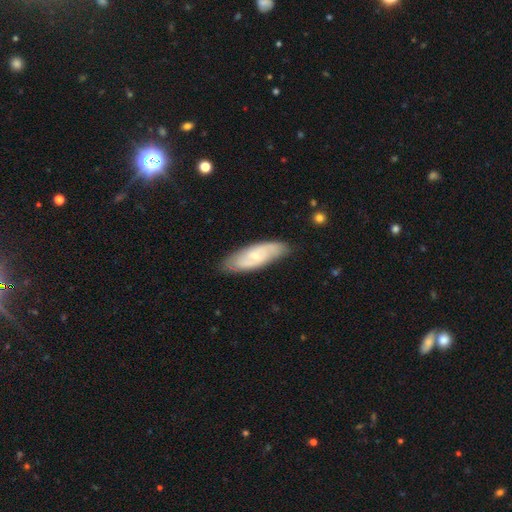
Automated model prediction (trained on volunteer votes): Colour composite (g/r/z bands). It shows a featured or disk galaxy (58%). Merging: none (81%).